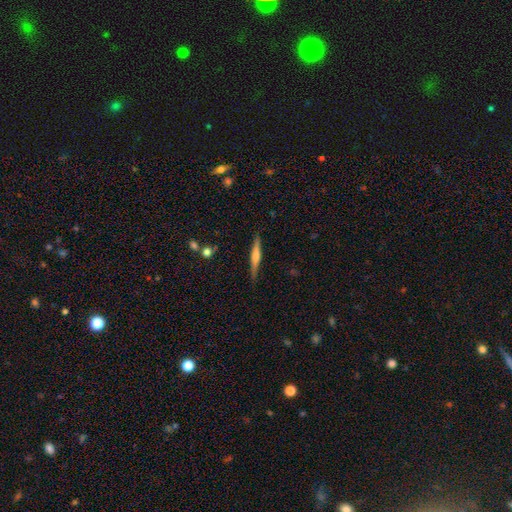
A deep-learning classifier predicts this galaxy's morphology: This is possibly a featured or disk galaxy (54%). It is clearly viewed edge-on (97%). Edge-on bulge: possibly rounded (60%). Merging: clearly none (88%).